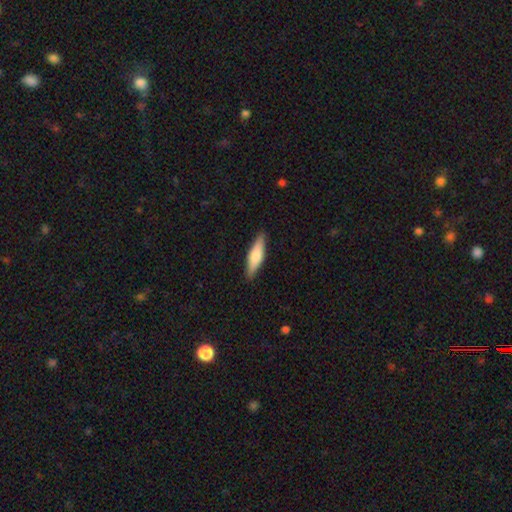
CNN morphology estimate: This appears to be a smooth galaxy with no disk features (63%) that is cigar-shaped (64%). Merging: none (88%).